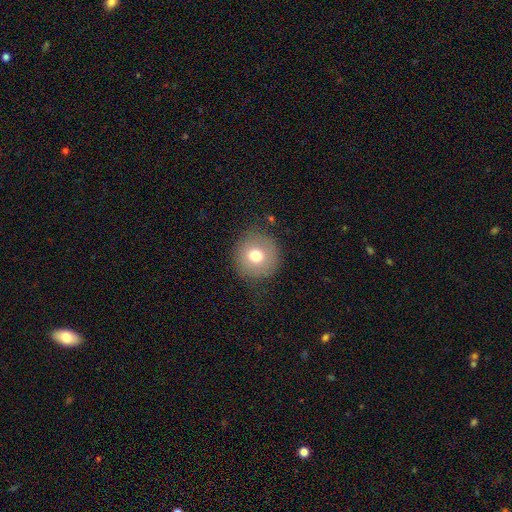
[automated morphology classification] smooth-or-featured: smooth: 74% | featured or disk: 15% | star or artifact: 11%
  how-rounded: round: 95% | in between: 4% | cigar-shaped: 1%
  merging: none: 84% | minor disturbance: 10% | major disturbance: 4% | merger: 1%